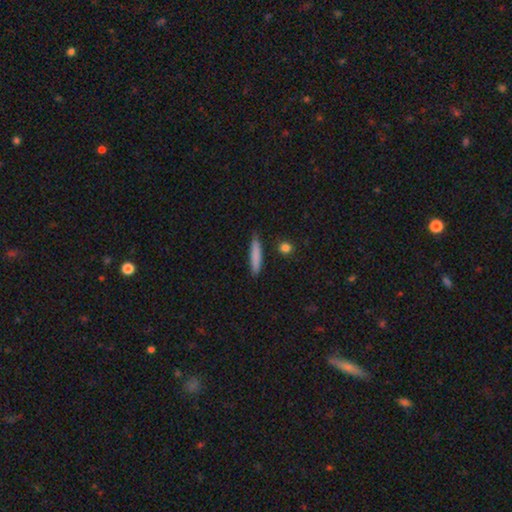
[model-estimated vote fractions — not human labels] smooth_or_featured: smooth (p=0.82) [alt: featured or disk p=0.12]
how_rounded: cigar-shaped (p=0.89) [alt: in between p=0.09]
merging: none (p=0.85) [alt: minor disturbance p=0.11]